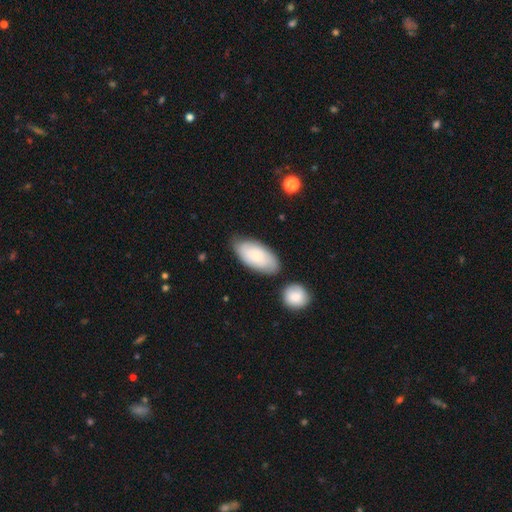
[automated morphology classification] A smooth galaxy with no disk features (72%) that is in between round and cigar-shaped (93%). Merging: none (69%).